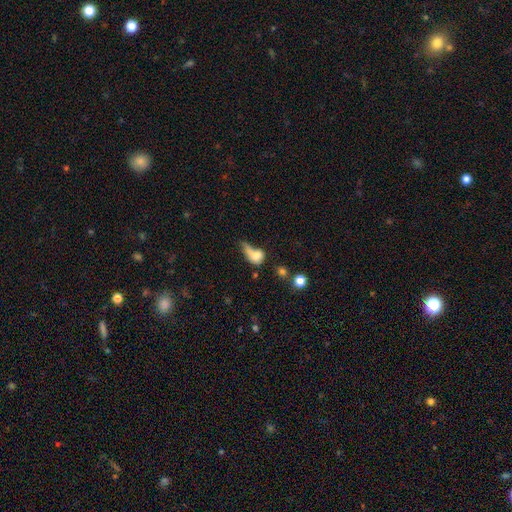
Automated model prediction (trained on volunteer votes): Smooth or featured: smooth — 69% (featured or disk — 21%)
How rounded: in between — 60% (round — 33%)
Merging: major disturbance — 37% (merger — 22%)